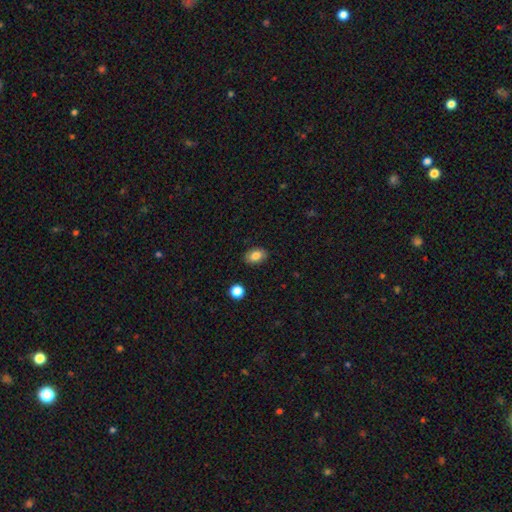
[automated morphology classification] smooth 83%, star or artifact 9%, featured or disk 8%. Down the decision tree: how rounded — in between (81%); merging — none (87%).